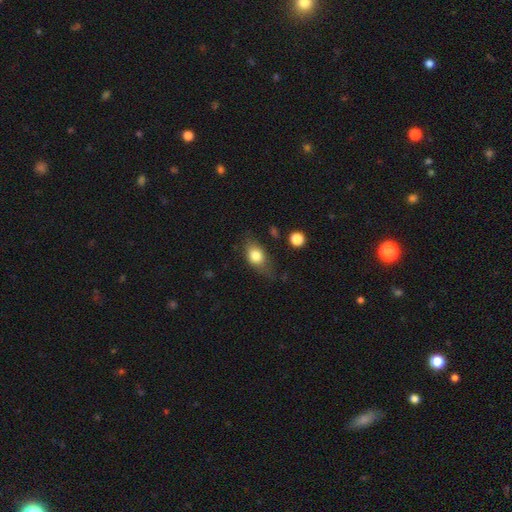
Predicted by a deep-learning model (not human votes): smooth_or_featured: smooth (p=0.77) [alt: featured or disk p=0.15]
how_rounded: in between (p=0.74) [alt: round p=0.21]
merging: none (p=0.61) [alt: minor disturbance p=0.27]